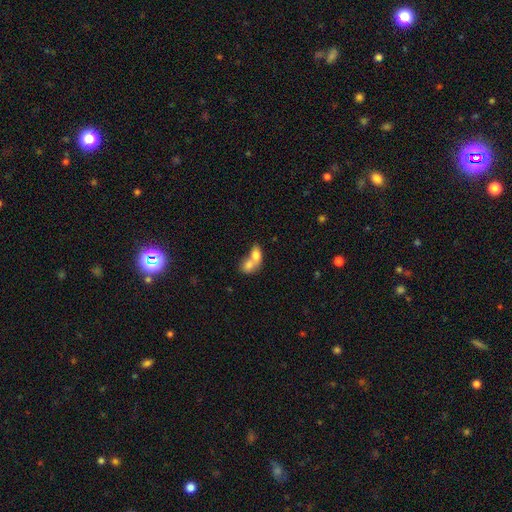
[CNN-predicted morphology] This appears to be a smooth galaxy with no disk features (74%) that is in between round and cigar-shaped (73%). Merging: merger (78%).